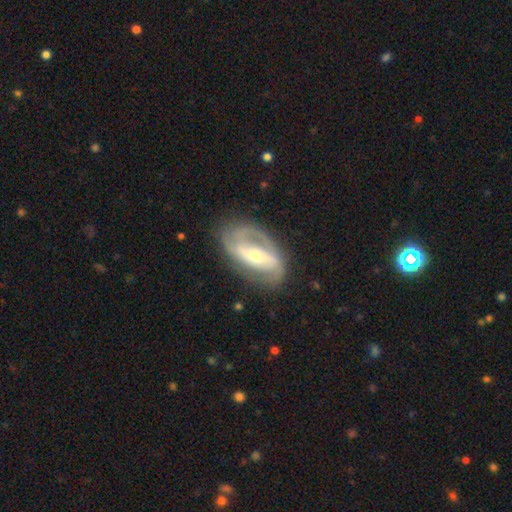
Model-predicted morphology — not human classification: Smooth or featured? featured or disk (84%)
Edge-on disk? no (95%)
Bar? strong (50%)
Spiral arms? yes (89%)
Spiral winding? medium (45%)
Spiral arm count? 2 (79%)
Bulge size? small (53%)
Merging? none (70%)